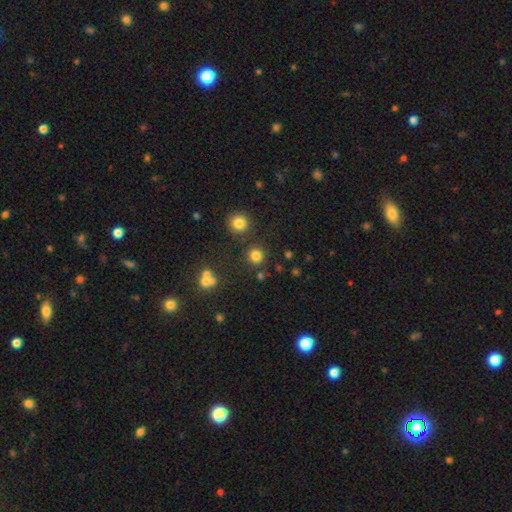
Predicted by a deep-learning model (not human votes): smooth_or_featured: smooth (p=0.80) [alt: star or artifact p=0.14]
how_rounded: round (p=0.92) [alt: in between p=0.07]
merging: none (p=0.84) [alt: minor disturbance p=0.07]